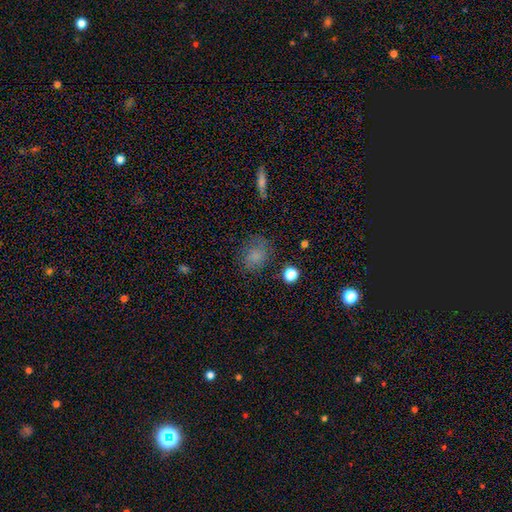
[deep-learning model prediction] Smooth or featured? smooth (76%)
How rounded? round (59%)
Merging? none (70%)